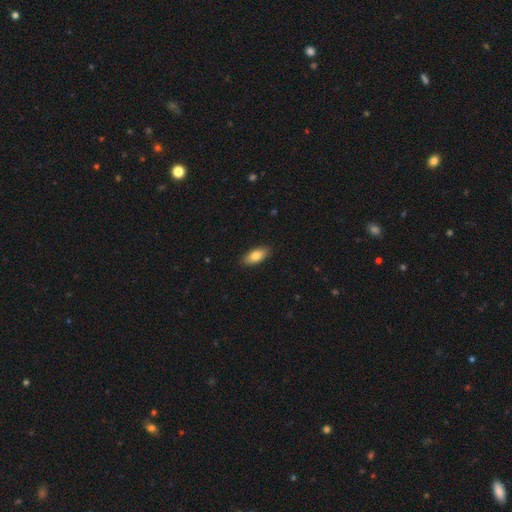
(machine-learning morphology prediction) smooth_or_featured: smooth (p=0.82) [alt: featured or disk p=0.12]
how_rounded: in between (p=0.86) [alt: cigar-shaped p=0.11]
merging: none (p=0.89) [alt: minor disturbance p=0.09]